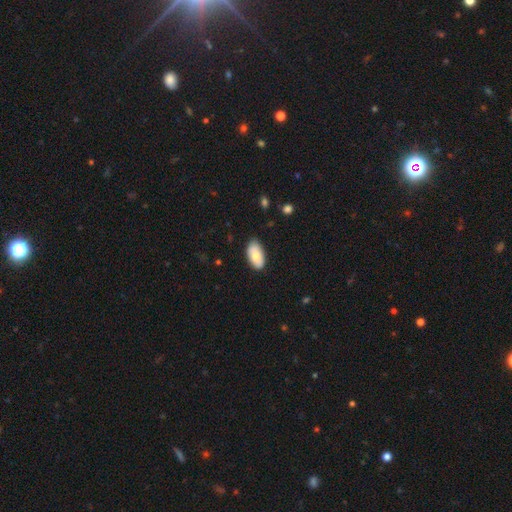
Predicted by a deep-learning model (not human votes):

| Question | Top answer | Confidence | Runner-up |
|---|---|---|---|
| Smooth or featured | smooth | 75% | featured or disk (19%) |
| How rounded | in between | 95% | round (3%) |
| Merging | none | 82% | minor disturbance (15%) |